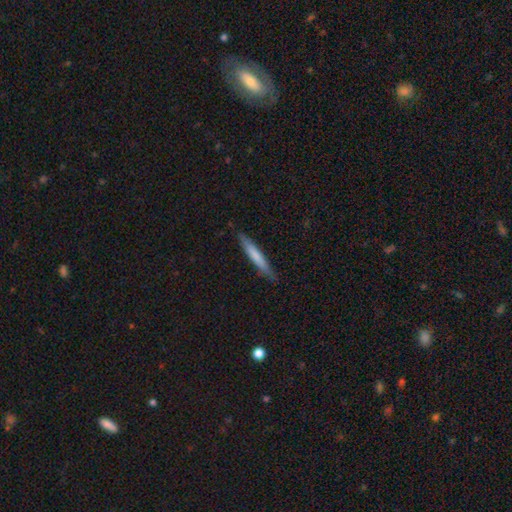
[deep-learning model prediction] smooth_or_featured: smooth (p=0.68) [alt: featured or disk p=0.27]
how_rounded: cigar-shaped (p=0.94) [alt: in between p=0.05]
merging: none (p=0.86) [alt: minor disturbance p=0.11]